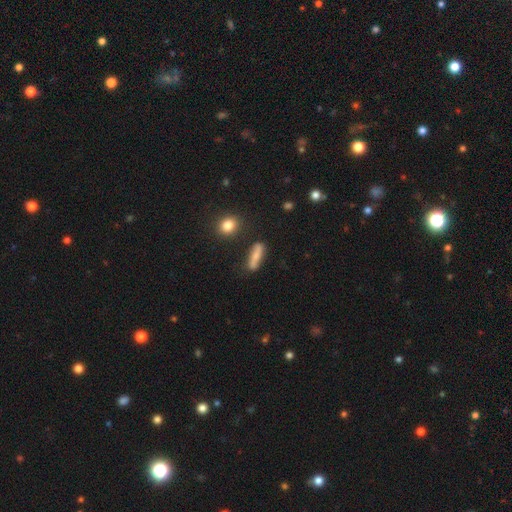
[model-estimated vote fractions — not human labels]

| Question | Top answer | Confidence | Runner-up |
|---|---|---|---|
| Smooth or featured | smooth | 64% | featured or disk (27%) |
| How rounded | cigar-shaped | 67% | in between (28%) |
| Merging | none | 72% | minor disturbance (18%) |